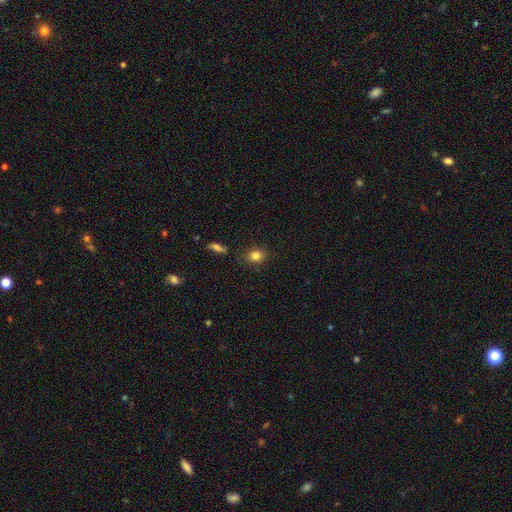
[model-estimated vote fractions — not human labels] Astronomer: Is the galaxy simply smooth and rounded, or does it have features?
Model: smooth — 82%.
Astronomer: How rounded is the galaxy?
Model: in between — 50% (runner-up: round, 49%).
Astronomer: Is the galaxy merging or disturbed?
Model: none — 80%.